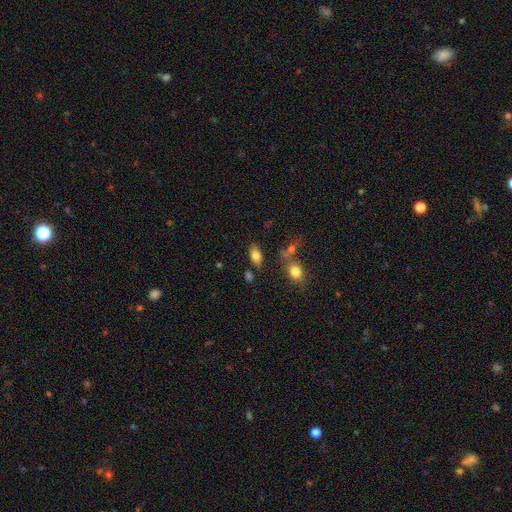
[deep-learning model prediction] The model was most divided on "merging": none: 76%, minor disturbance: 13%, merger: 8%, major disturbance: 4%. More confident: how rounded — in between (89%); smooth or featured — smooth (80%).